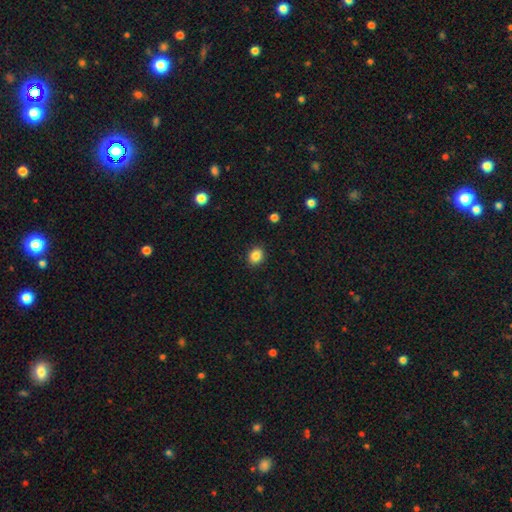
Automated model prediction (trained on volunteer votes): A smooth galaxy with no disk features (86%) that is round (60%).

Vote fractions:
- Smooth or featured? smooth: 86% / star or artifact: 10% / featured or disk: 4%
- How rounded? round: 60% / in between: 39% / cigar-shaped: 1%
- Merging? none: 90% / minor disturbance: 7% / major disturbance: 2% / merger: 1%